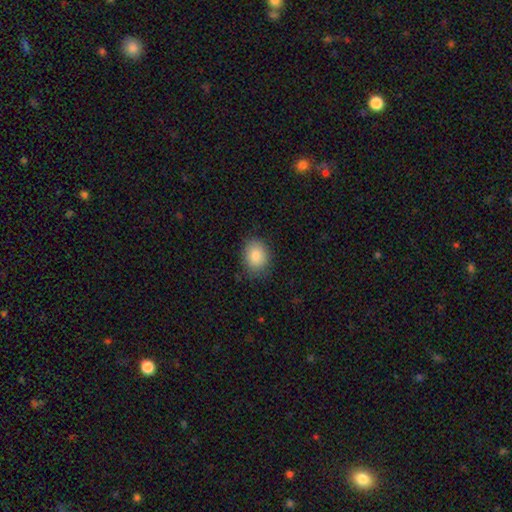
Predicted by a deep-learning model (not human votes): The model was most divided on "how rounded": in between: 59%, round: 40%, cigar-shaped: 1%. More confident: smooth or featured — smooth (85%); merging — none (83%).